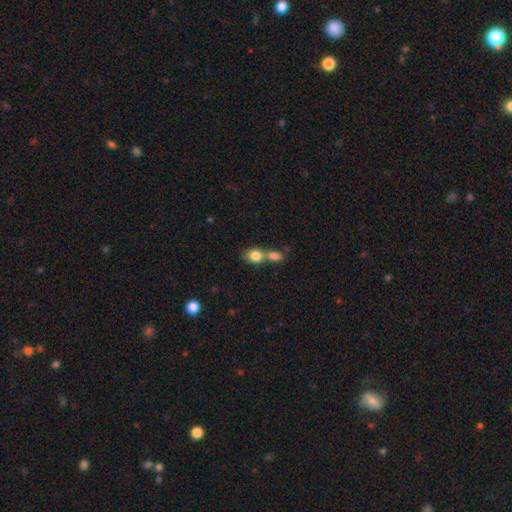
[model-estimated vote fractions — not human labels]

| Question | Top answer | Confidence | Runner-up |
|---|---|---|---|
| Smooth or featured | smooth | 81% | featured or disk (10%) |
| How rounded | in between | 51% | round (46%) |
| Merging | merger | 65% | none (25%) |